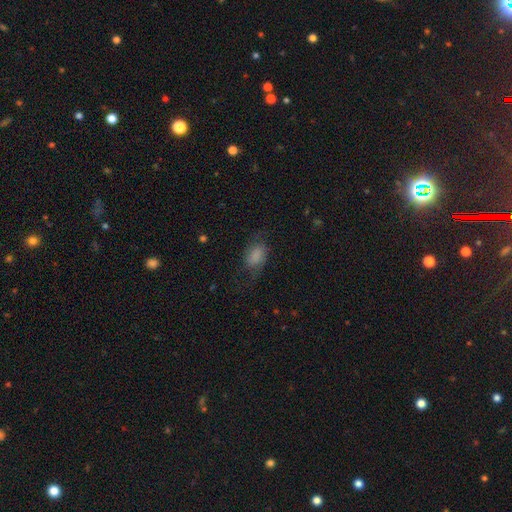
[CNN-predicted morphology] This appears to be a smooth galaxy with no disk features (66%) that is in between round and cigar-shaped (85%). Merging: none (56%).